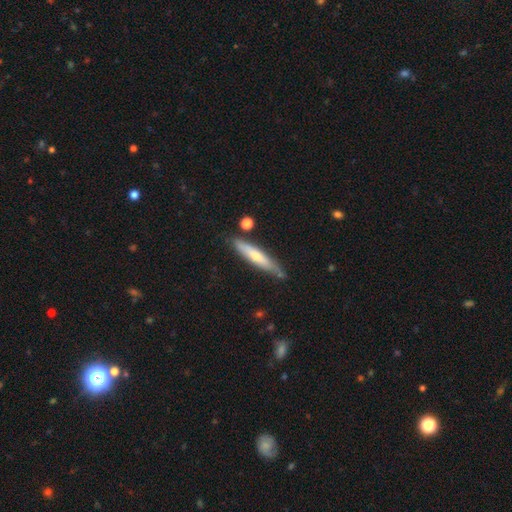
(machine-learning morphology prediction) A smooth galaxy with no disk features (55%) that is cigar-shaped (87%).

Vote fractions:
- Smooth or featured? smooth: 55% / featured or disk: 39% / star or artifact: 6%
- How rounded? cigar-shaped: 87% / in between: 11% / round: 1%
- Merging? none: 74% / minor disturbance: 17% / merger: 5% / major disturbance: 3%